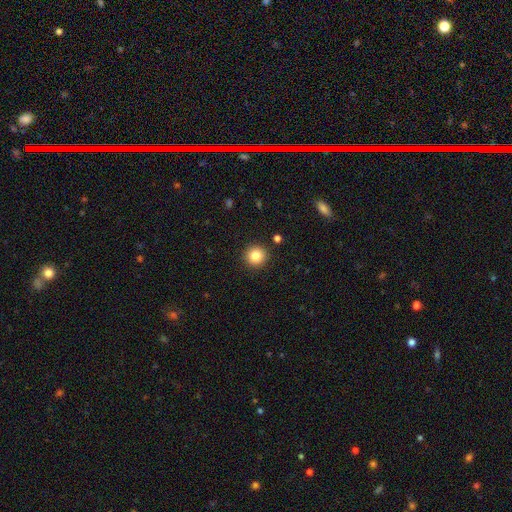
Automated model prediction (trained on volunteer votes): This appears to be a smooth galaxy with no disk features (84%) that is round (94%). Merging: none (92%).